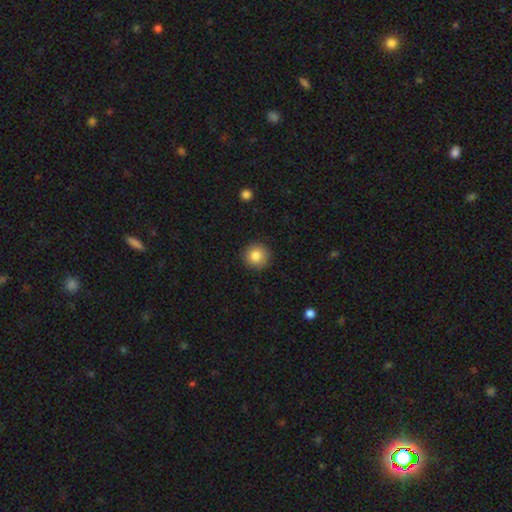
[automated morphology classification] smooth-or-featured: smooth: 84% | star or artifact: 10% | featured or disk: 7%
  how-rounded: round: 94% | in between: 5% | cigar-shaped: 1%
  merging: none: 91% | minor disturbance: 6% | major disturbance: 2% | merger: 1%